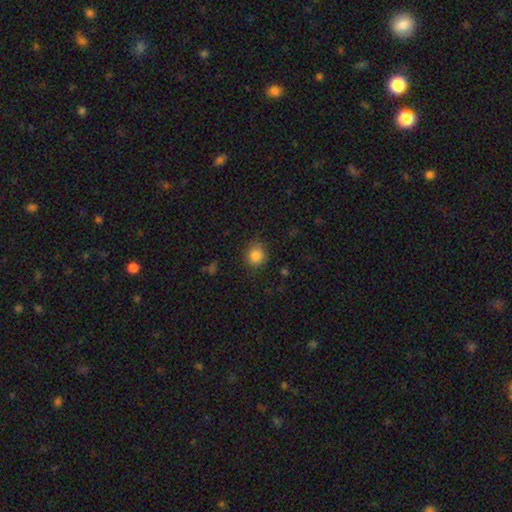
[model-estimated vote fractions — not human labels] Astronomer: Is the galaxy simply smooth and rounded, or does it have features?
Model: smooth — 85%.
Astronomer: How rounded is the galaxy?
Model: round — 87%.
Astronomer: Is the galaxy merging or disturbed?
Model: none — 84%.